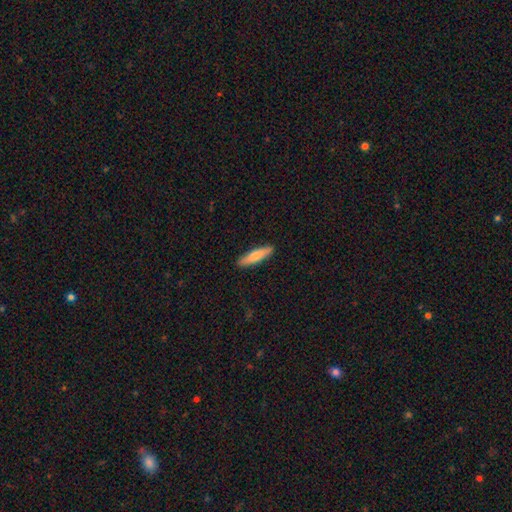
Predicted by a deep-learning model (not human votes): Smooth or featured? smooth (75%)
How rounded? cigar-shaped (80%)
Merging? none (90%)